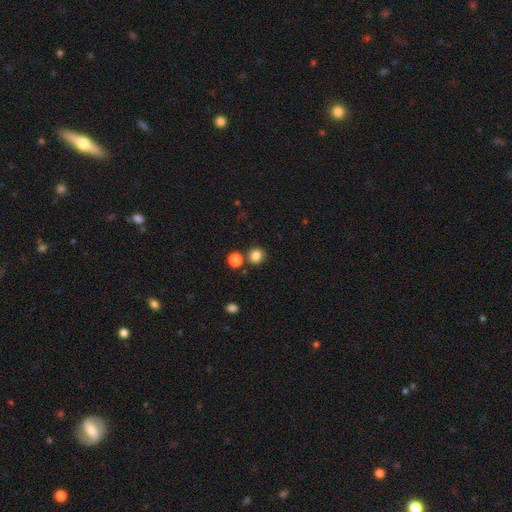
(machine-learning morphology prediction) This appears to be a smooth galaxy with no disk features (83%) that is round (83%). Merging: none (77%).